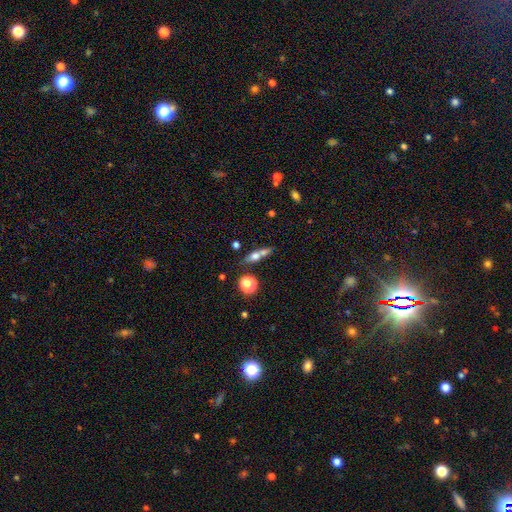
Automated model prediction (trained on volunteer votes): A smooth galaxy with no disk features (57%) that is cigar-shaped (44%). Merging: none (47%).